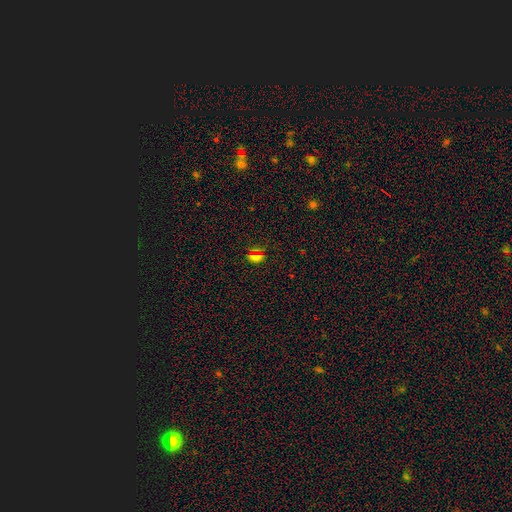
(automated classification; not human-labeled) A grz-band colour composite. It shows a smooth galaxy with no disk features (52%) that is round (63%). Merging: none (83%).